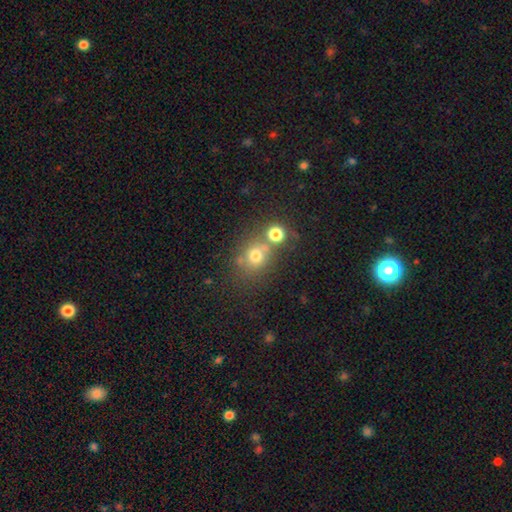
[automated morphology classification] This is likely a smooth galaxy (69%). How rounded: likely round (79%). Merging: possibly none (57%).